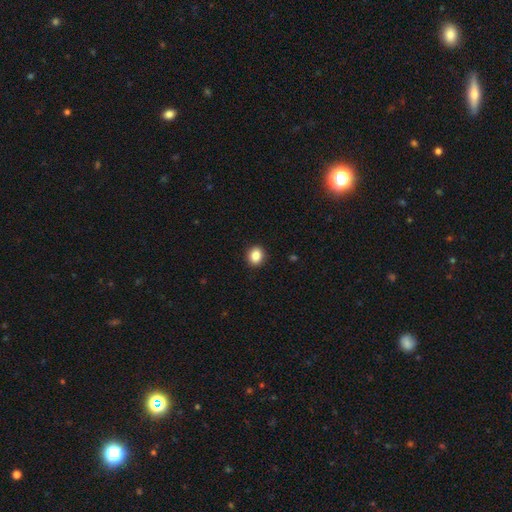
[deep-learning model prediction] A smooth galaxy with no disk features (86%) that is round (67%). Merging: none (91%).